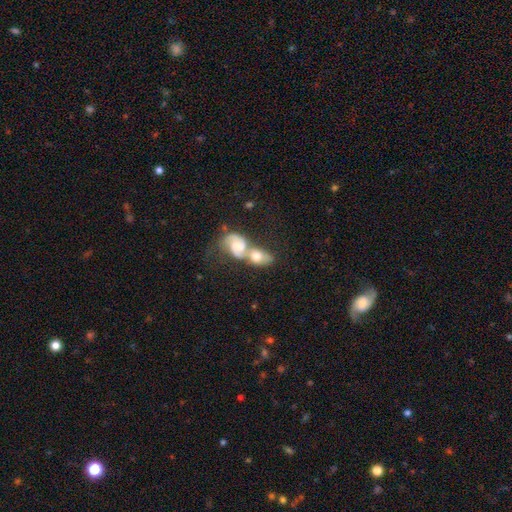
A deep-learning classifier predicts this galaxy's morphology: The model was most divided on "smooth or featured": featured or disk: 52%, smooth: 39%, star or artifact: 9%. More confident: edge-on disk — no (95%); merging — merger (78%).